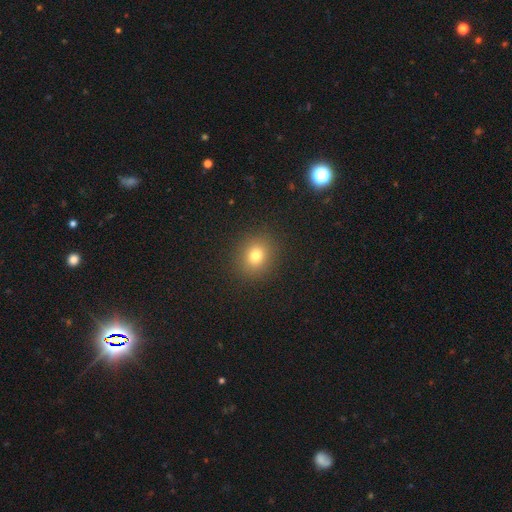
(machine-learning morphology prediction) Smooth or featured?
  - smooth: 78% *
  - star or artifact: 14%
  - featured or disk: 8%
How rounded?
  - round: 75% *
  - in between: 24%
  - cigar-shaped: 1%
Merging?
  - none: 90% *
  - minor disturbance: 6%
  - major disturbance: 3%
  - merger: 1%